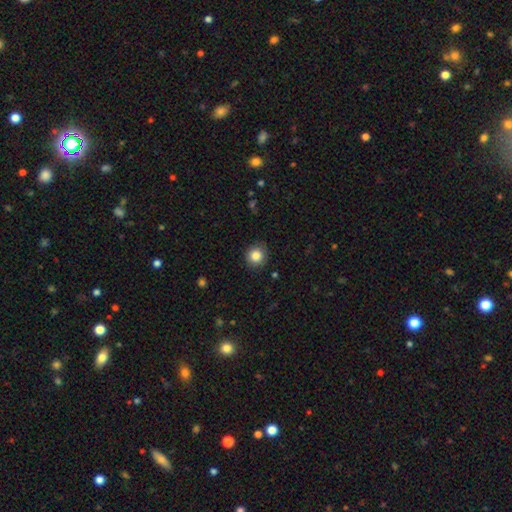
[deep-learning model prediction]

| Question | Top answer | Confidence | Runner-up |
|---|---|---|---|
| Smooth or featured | smooth | 85% | star or artifact (10%) |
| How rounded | round | 92% | in between (7%) |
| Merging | none | 88% | minor disturbance (8%) |